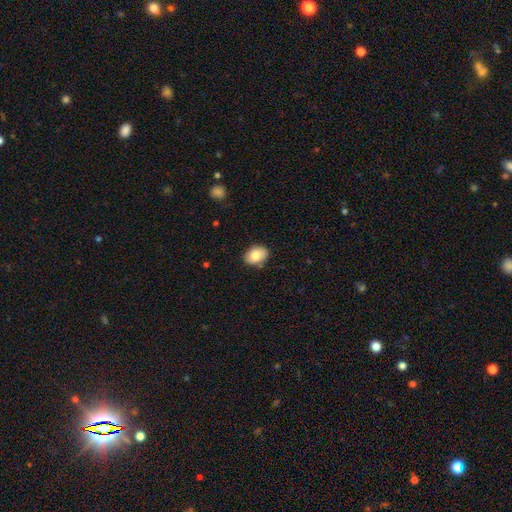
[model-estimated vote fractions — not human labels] Smooth or featured?
  - smooth: 80% *
  - featured or disk: 13%
  - star or artifact: 8%
How rounded?
  - in between: 71% *
  - round: 28%
  - cigar-shaped: 1%
Merging?
  - none: 83% *
  - minor disturbance: 13%
  - major disturbance: 2%
  - merger: 2%